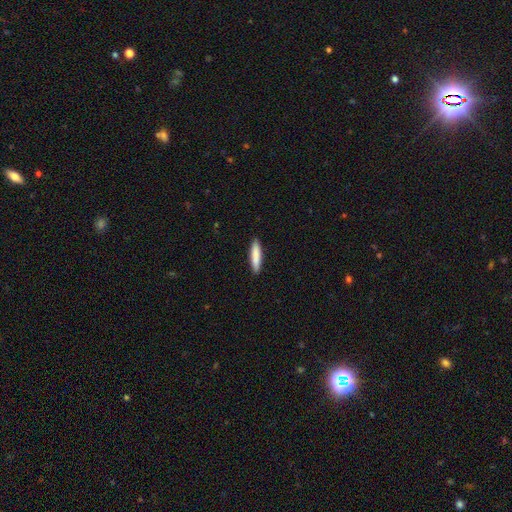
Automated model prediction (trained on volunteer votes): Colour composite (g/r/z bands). It shows a smooth galaxy with no disk features (83%) that is cigar-shaped (85%). Merging: none (91%).